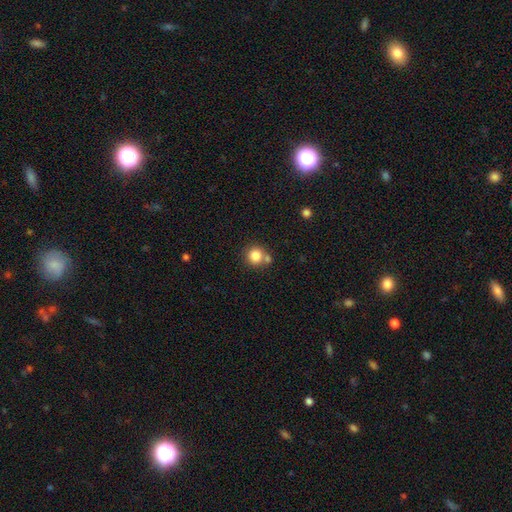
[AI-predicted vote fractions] The model was most divided on "merging": none: 64%, merger: 24%, minor disturbance: 9%, major disturbance: 3%. More confident: how rounded — round (90%); smooth or featured — smooth (83%).